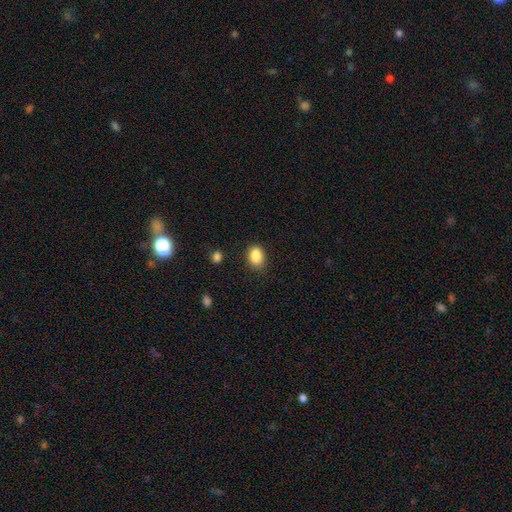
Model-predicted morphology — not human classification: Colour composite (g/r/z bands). It shows a smooth galaxy with no disk features (88%) that is in between round and cigar-shaped (79%). Merging: none (81%).